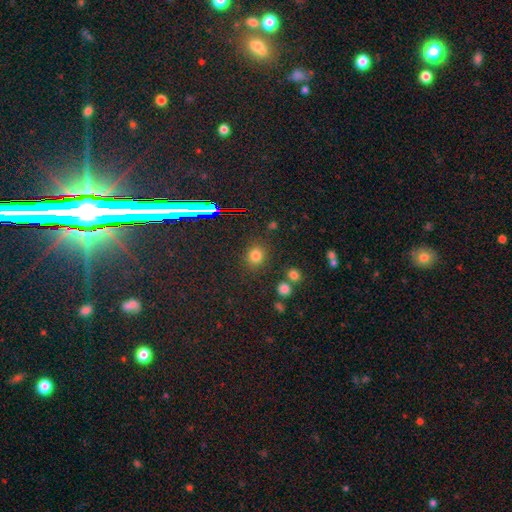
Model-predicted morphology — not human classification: Smooth or featured? smooth (72%)
How rounded? round (67%)
Merging? none (83%)